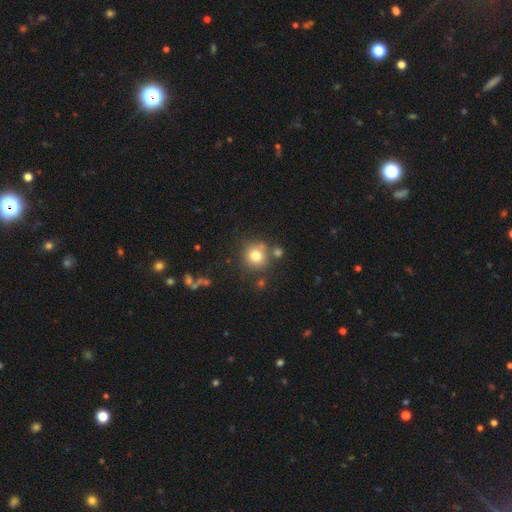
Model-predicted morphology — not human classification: Smooth or featured? smooth (77%)
How rounded? round (92%)
Merging? none (74%)